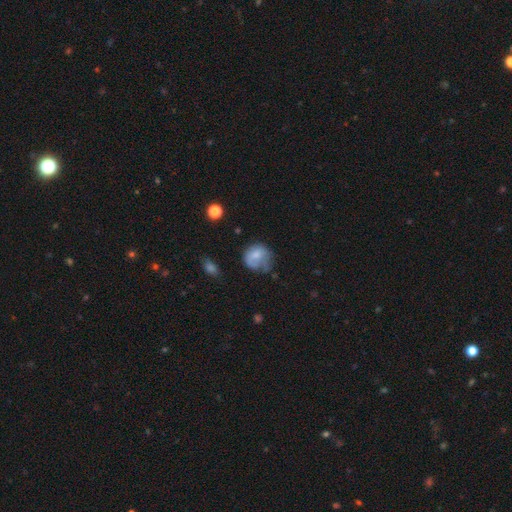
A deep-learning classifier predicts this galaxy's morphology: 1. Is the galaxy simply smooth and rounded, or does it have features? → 67% smooth, 24% featured or disk, 9% star or artifact.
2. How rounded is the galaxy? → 72% round, 27% in between, 1% cigar-shaped.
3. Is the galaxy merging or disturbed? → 40% none, 32% minor disturbance, 25% major disturbance, 3% merger.